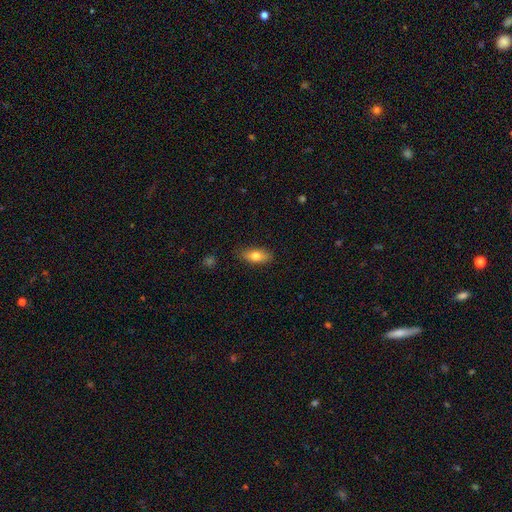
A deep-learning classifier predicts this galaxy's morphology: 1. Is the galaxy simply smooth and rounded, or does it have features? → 76% smooth, 17% featured or disk, 7% star or artifact.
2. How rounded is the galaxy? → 81% in between, 16% cigar-shaped, 4% round.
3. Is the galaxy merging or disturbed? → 85% none, 12% minor disturbance, 2% major disturbance, 1% merger.